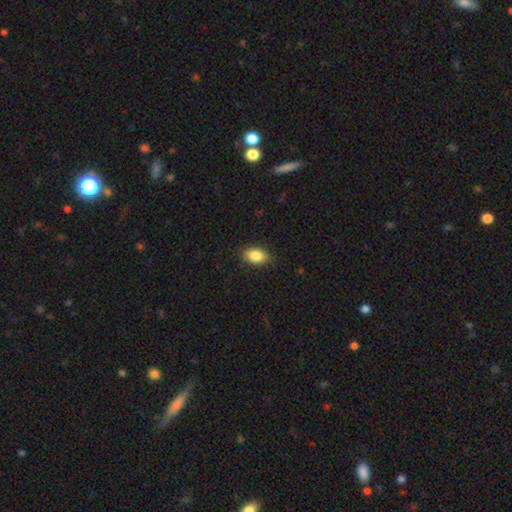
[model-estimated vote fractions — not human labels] Q: Smooth or featured?
A: smooth (86%); runner-up: star or artifact (8%)
Q: How rounded?
A: in between (89%); runner-up: round (10%)
Q: Merging?
A: none (87%); runner-up: minor disturbance (10%)